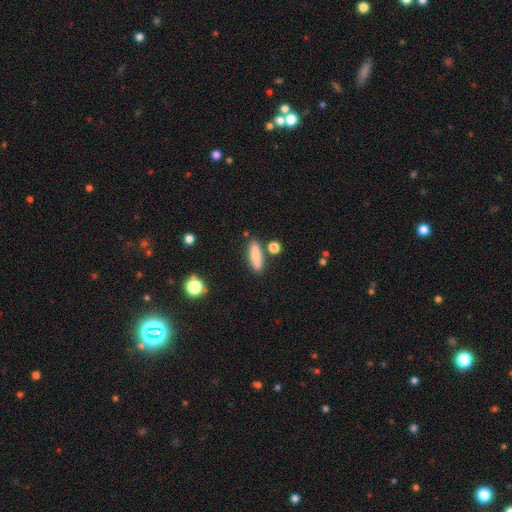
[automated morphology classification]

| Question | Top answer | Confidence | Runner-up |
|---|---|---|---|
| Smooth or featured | smooth | 84% | featured or disk (9%) |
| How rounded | cigar-shaped | 63% | in between (34%) |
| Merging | none | 80% | minor disturbance (10%) |